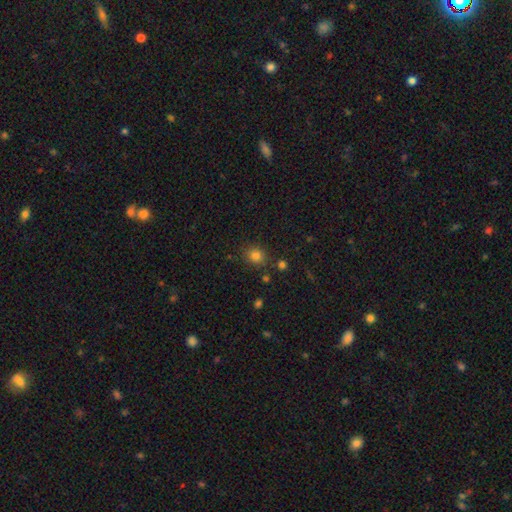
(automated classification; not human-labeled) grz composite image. It shows a smooth galaxy with no disk features (81%) that is round (76%). Merging: none (82%).